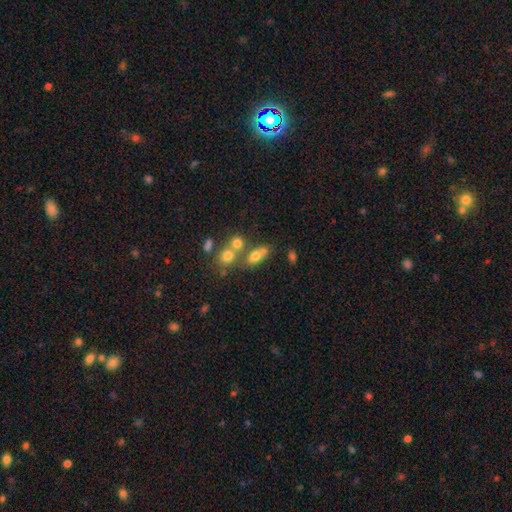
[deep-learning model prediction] smooth_or_featured: smooth (p=0.66) [alt: featured or disk p=0.19]
how_rounded: in between (p=0.62) [alt: round p=0.33]
merging: merger (p=0.42) [alt: none p=0.40]